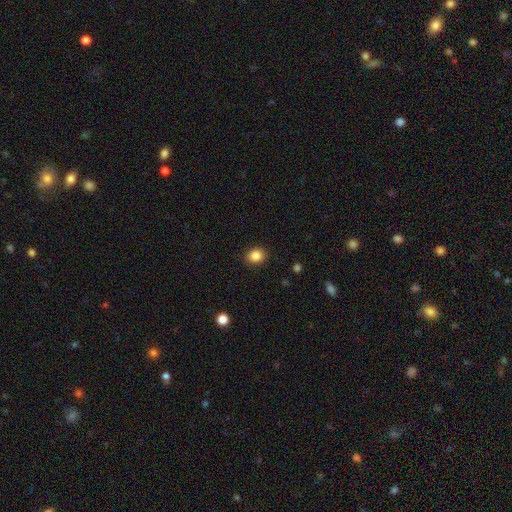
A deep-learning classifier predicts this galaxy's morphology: Smooth or featured? Predicted: smooth (p=0.86). How rounded? Predicted: round (p=0.61). Merging? Predicted: none (p=0.90).